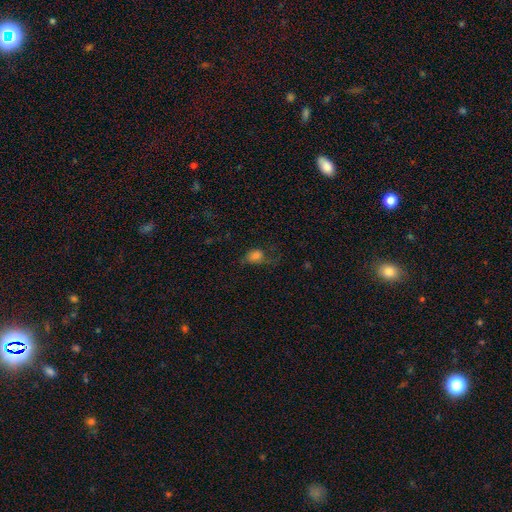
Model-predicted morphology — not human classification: A smooth galaxy with no disk features (73%) that is in between round and cigar-shaped (69%). Merging: major disturbance (36%, tied with none).